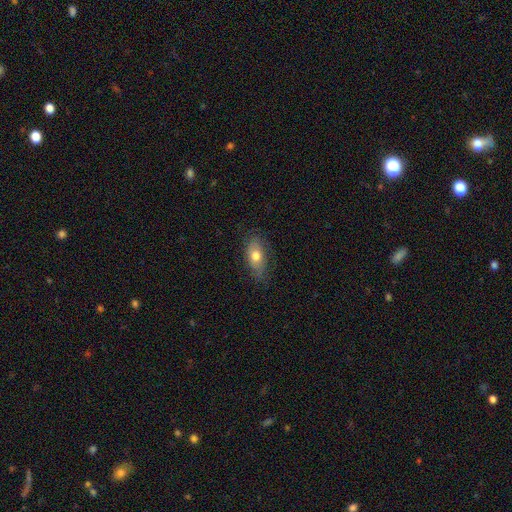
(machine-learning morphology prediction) A smooth galaxy with no disk features (71%) that is in between round and cigar-shaped (85%). Merging: none (74%).